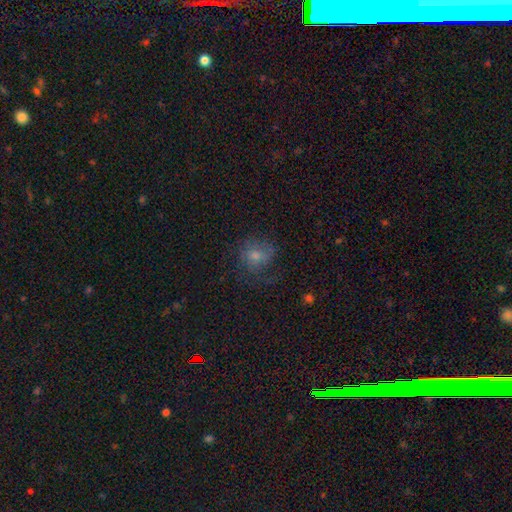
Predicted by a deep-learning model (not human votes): Overall: smooth (45%; featured or disk 37%). Merging: none (59%; minor disturbance 21%).